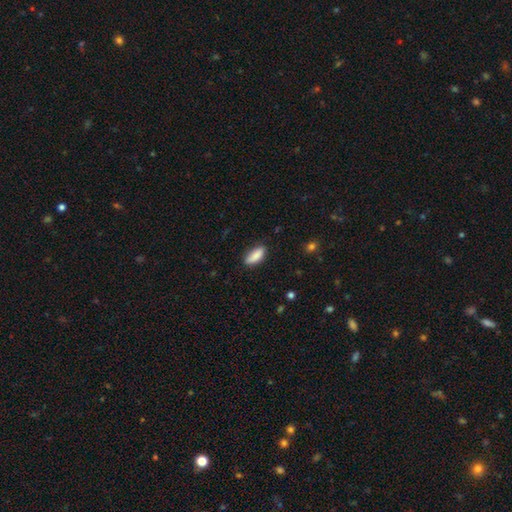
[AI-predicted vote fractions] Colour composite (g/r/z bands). It shows a smooth galaxy with no disk features (87%) that is in between round and cigar-shaped (73%). Merging: none (77%).